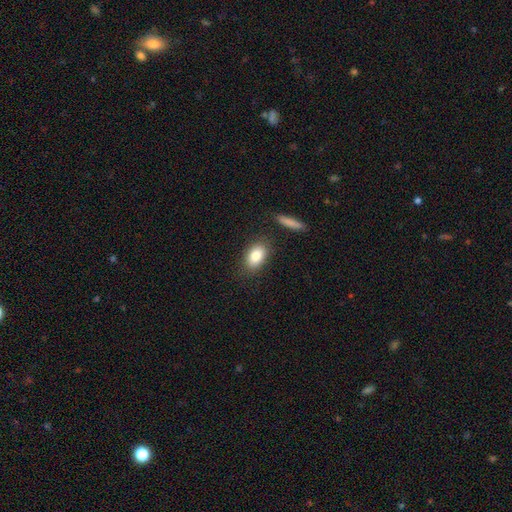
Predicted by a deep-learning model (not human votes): smooth_or_featured: smooth (p=0.84) [alt: featured or disk p=0.09]
how_rounded: in between (p=0.87) [alt: round p=0.10]
merging: none (p=0.82) [alt: minor disturbance p=0.11]